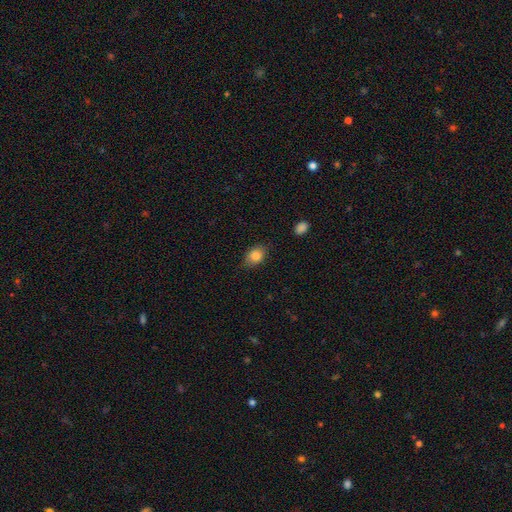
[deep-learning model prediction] Smooth or featured? smooth (83%)
How rounded? in between (70%)
Merging? none (79%)